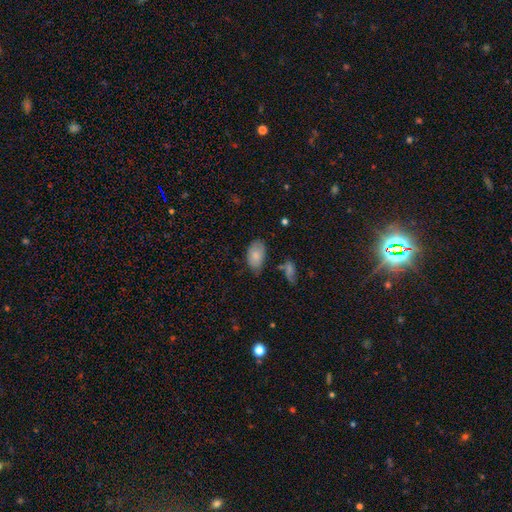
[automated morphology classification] This is likely a smooth galaxy (79%). How rounded: clearly in between (93%). Merging: likely none (65%).